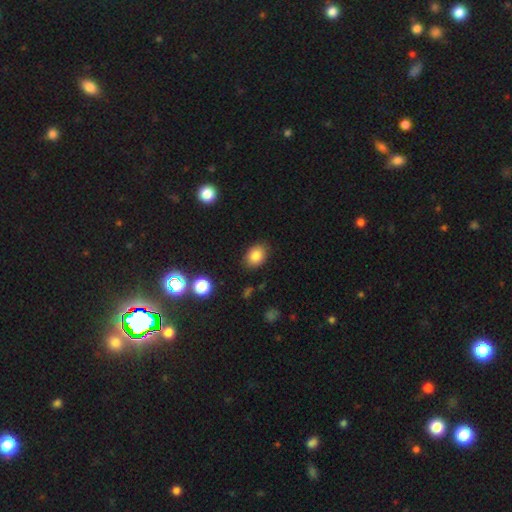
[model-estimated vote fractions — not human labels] Smooth or featured: smooth — 84% (star or artifact — 9%)
How rounded: in between — 67% (round — 32%)
Merging: none — 84% (minor disturbance — 11%)